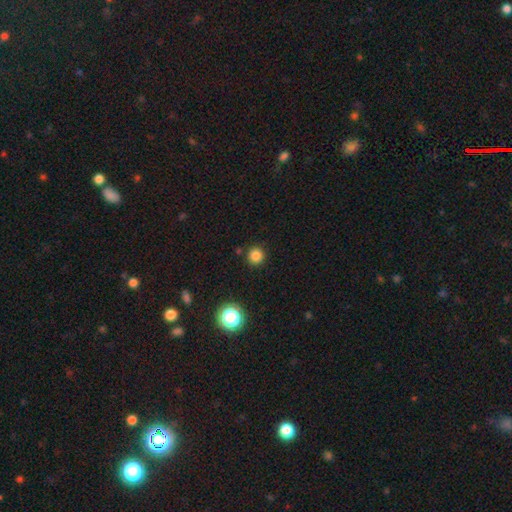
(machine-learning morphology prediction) smooth-or-featured: smooth: 82% | star or artifact: 14% | featured or disk: 4%
  how-rounded: round: 95% | in between: 4% | cigar-shaped: 1%
  merging: none: 89% | minor disturbance: 6% | merger: 3% | major disturbance: 2%